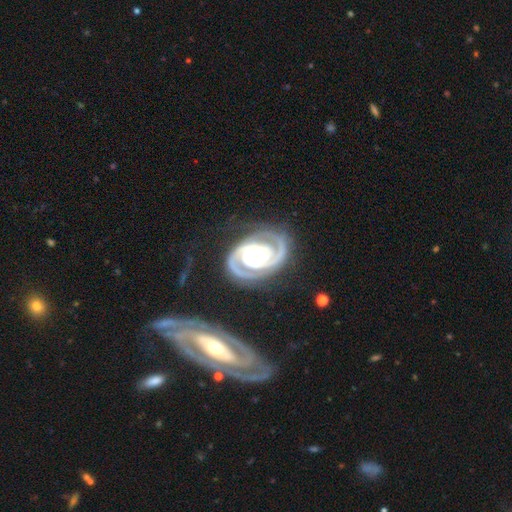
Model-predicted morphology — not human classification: The model was most divided on "bulge size": moderate: 50%, large: 37%, small: 8%, dominant: 4%, none: 2%. More confident: spiral arms — yes (98%); edge-on disk — no (98%); smooth or featured — featured or disk (93%); spiral arm count — 2 (91%); merging — none (75%); spiral winding — tight (69%); bar — no (65%).